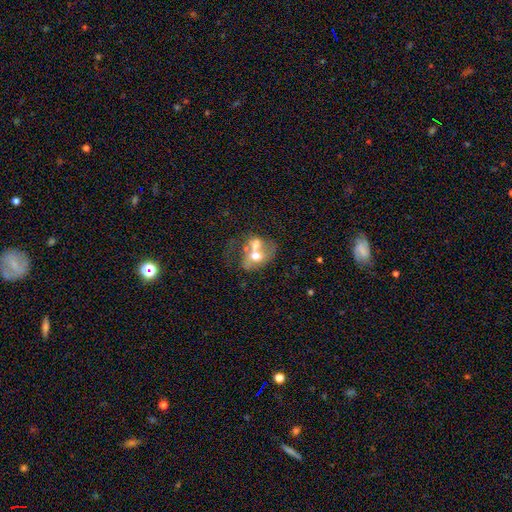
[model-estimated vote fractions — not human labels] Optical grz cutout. It shows a featured or disk galaxy (46%). Merging: merger (59%).